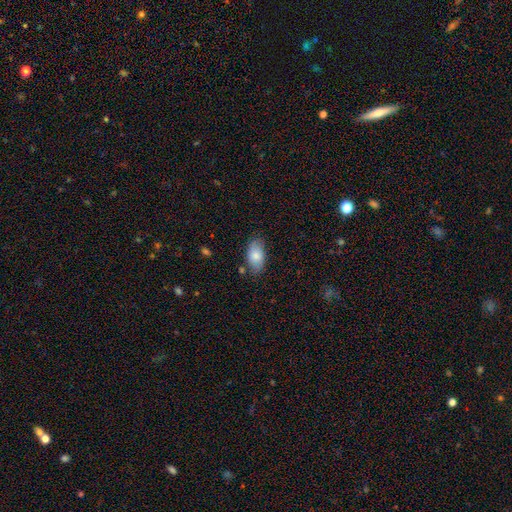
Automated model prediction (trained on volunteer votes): smooth_or_featured: smooth (p=0.79) [alt: featured or disk p=0.15]
how_rounded: in between (p=0.94) [alt: round p=0.04]
merging: none (p=0.74) [alt: minor disturbance p=0.19]